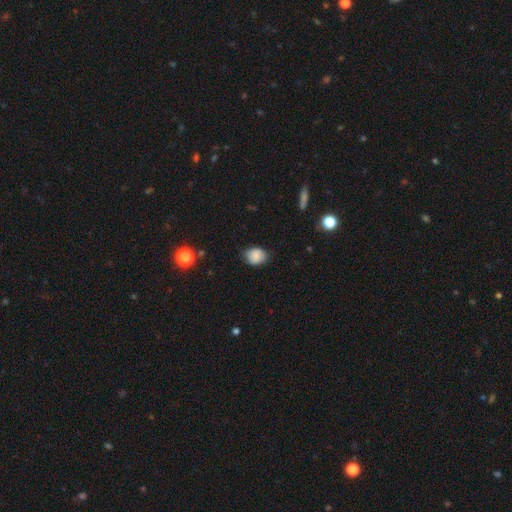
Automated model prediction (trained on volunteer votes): smooth 82%, star or artifact 9%, featured or disk 9%. Down the decision tree: how rounded — round (51%); merging — none (74%).